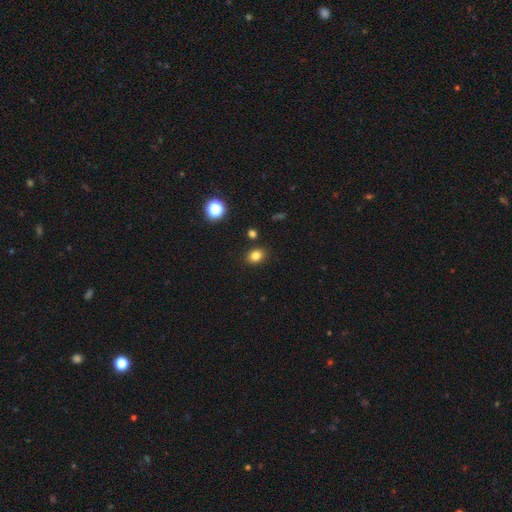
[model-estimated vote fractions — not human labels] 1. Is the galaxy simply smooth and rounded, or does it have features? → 81% smooth, 13% star or artifact, 6% featured or disk.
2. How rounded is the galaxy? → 51% round, 48% in between, 1% cigar-shaped.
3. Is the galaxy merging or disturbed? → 87% none, 8% minor disturbance, 3% merger, 2% major disturbance.